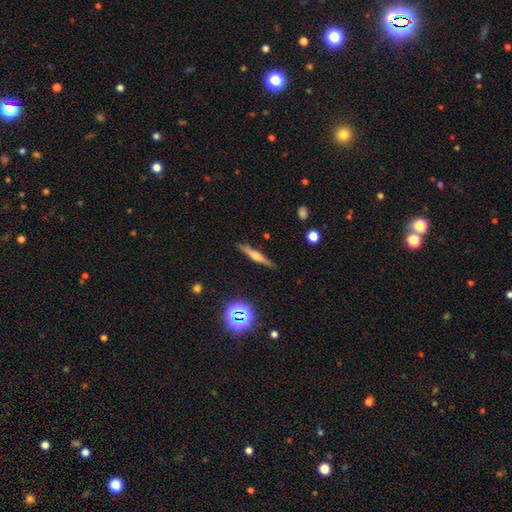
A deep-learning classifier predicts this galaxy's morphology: Smooth or featured?
  - featured or disk: 59% *
  - smooth: 30%
  - star or artifact: 10%
Edge-on disk?
  - yes: 96% *
  - no: 4%
Edge-on bulge?
  - rounded: 82% *
  - boxy: 11%
  - none: 6%
Merging?
  - none: 88% *
  - minor disturbance: 8%
  - major disturbance: 2%
  - merger: 2%